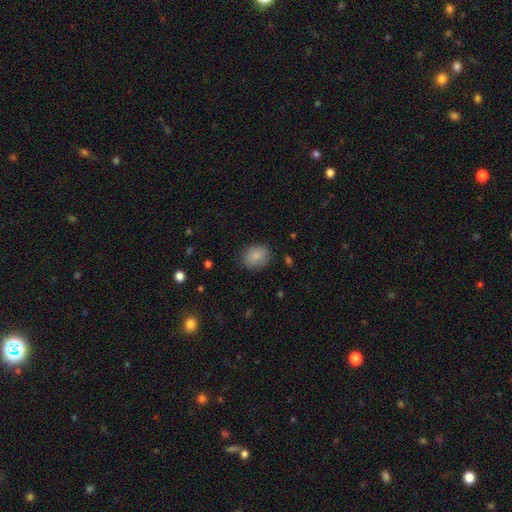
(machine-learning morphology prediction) Smooth or featured? smooth (85%)
How rounded? round (57%)
Merging? none (83%)